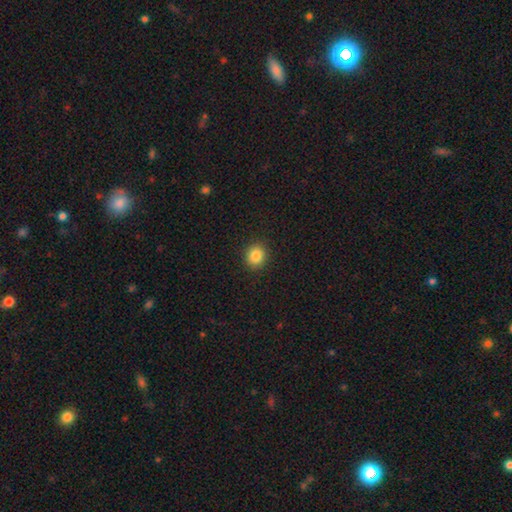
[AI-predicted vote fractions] Smooth or featured?
  - smooth: 85% *
  - star or artifact: 10%
  - featured or disk: 4%
How rounded?
  - round: 79% *
  - in between: 21%
  - cigar-shaped: 1%
Merging?
  - none: 91% *
  - minor disturbance: 6%
  - major disturbance: 2%
  - merger: 1%